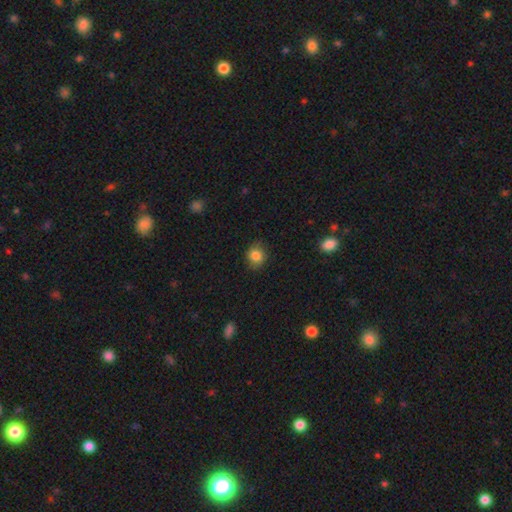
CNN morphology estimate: Q: Smooth or featured?
A: smooth (84%); runner-up: star or artifact (10%)
Q: How rounded?
A: round (75%); runner-up: in between (24%)
Q: Merging?
A: none (82%); runner-up: minor disturbance (14%)